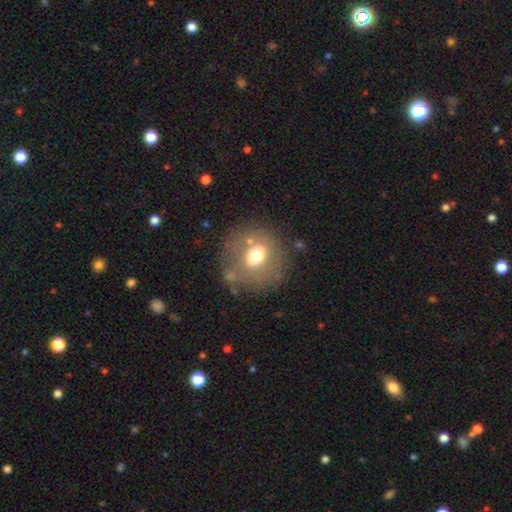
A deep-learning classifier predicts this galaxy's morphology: This appears to be a smooth galaxy with no disk features (57%) that is round (75%). Merging: none (66%).